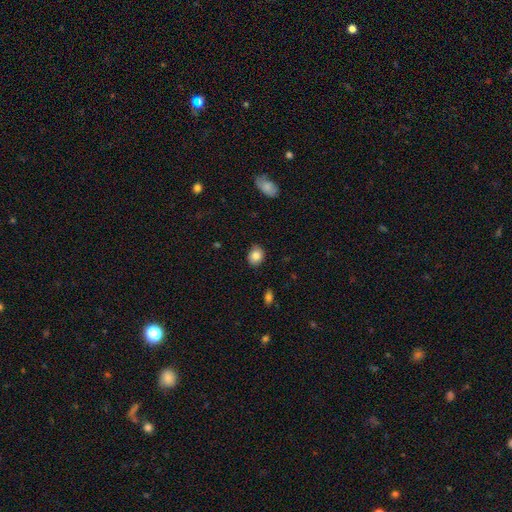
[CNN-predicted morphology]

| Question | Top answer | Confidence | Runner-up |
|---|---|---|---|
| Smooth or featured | smooth | 84% | star or artifact (8%) |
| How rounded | round | 54% | in between (45%) |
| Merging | none | 83% | minor disturbance (14%) |